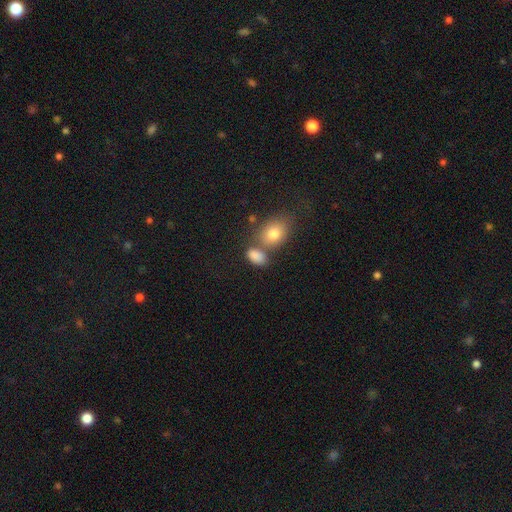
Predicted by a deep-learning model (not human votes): smooth 83%, star or artifact 10%, featured or disk 7%. Down the decision tree: how rounded — in between (85%); merging — none (50%).